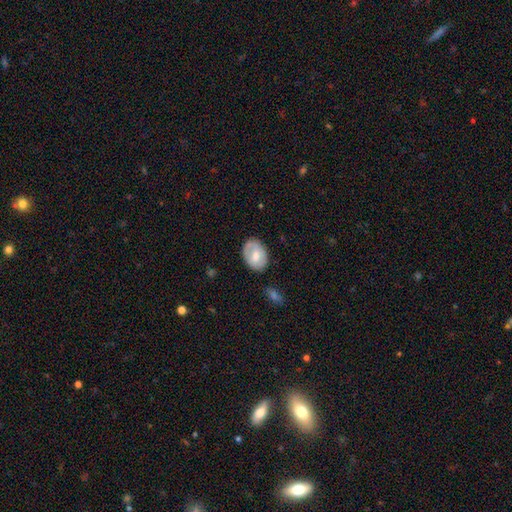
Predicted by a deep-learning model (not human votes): A smooth galaxy with no disk features (57%) that is in between round and cigar-shaped (78%).

Vote fractions:
- Smooth or featured? smooth: 57% / featured or disk: 37% / star or artifact: 6%
- How rounded? in between: 78% / round: 21% / cigar-shaped: 1%
- Merging? none: 74% / minor disturbance: 18% / major disturbance: 5% / merger: 2%